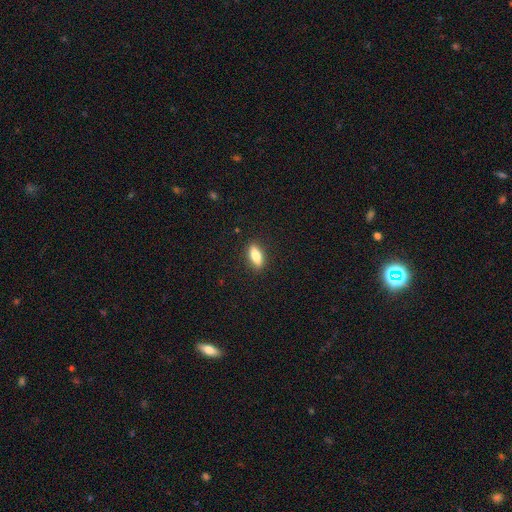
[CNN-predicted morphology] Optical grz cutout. It shows a smooth galaxy with no disk features (77%) that is in between round and cigar-shaped (73%). Merging: none (88%).